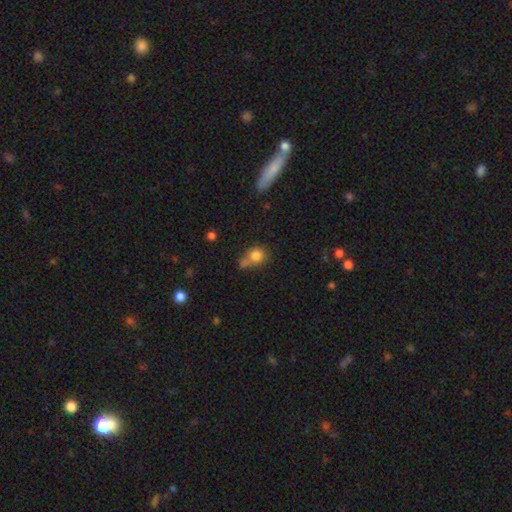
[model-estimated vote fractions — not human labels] smooth 80%, star or artifact 11%, featured or disk 9%. Down the decision tree: how rounded — round (76%); merging — none (43%).